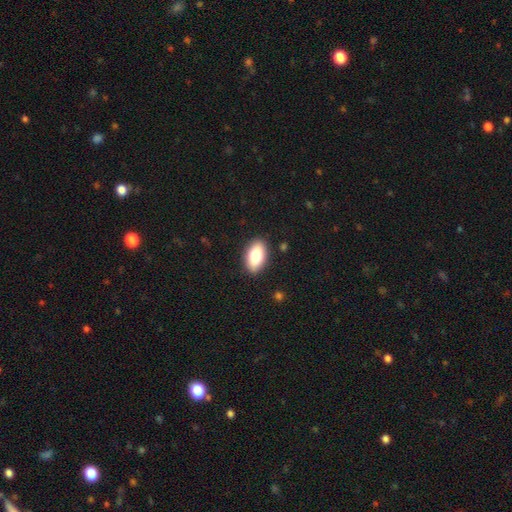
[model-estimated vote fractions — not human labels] Smooth or featured? Predicted: smooth (p=0.79). How rounded? Predicted: in between (p=0.91). Merging? Predicted: none (p=0.88).